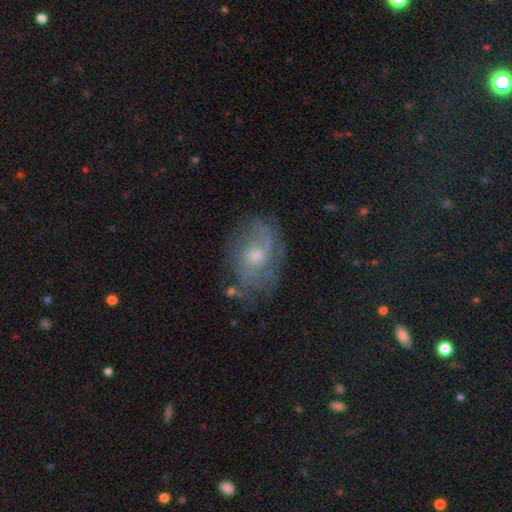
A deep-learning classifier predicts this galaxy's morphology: type=featured or disk (71%); edge-on=no (96%); bar=no (72%); spiral arms=yes (82%); winding=tight (42%); arm count=can't tell (41%); bulge=small (52%); merging=none (65%).